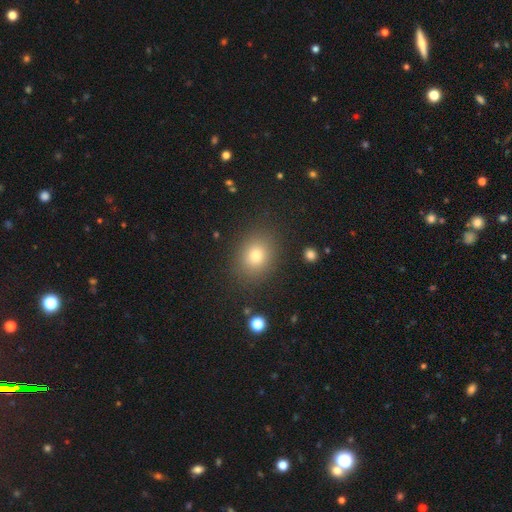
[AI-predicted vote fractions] smooth_or_featured: smooth (p=0.79) [alt: star or artifact p=0.13]
how_rounded: round (p=0.53) [alt: in between p=0.46]
merging: none (p=0.86) [alt: minor disturbance p=0.09]